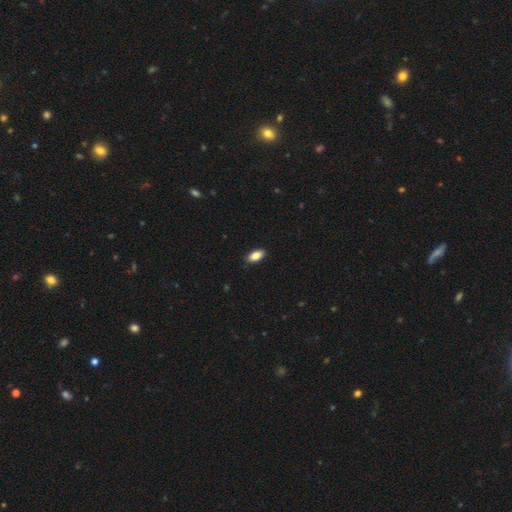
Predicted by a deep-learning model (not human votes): This appears to be a smooth galaxy with no disk features (84%) that is in between round and cigar-shaped (90%). Merging: none (86%).